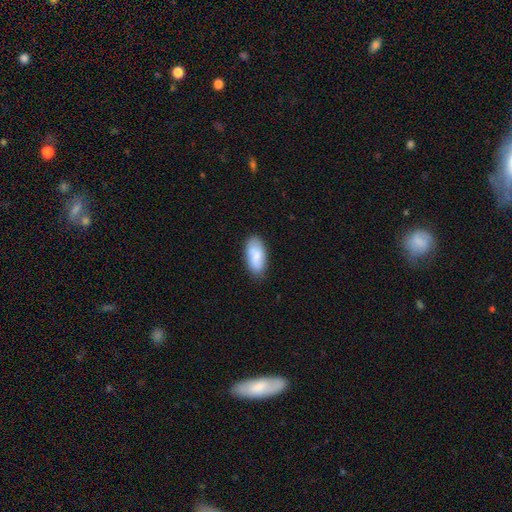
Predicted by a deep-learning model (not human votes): smooth_or_featured: smooth (p=0.79) [alt: featured or disk p=0.15]
how_rounded: in between (p=0.92) [alt: cigar-shaped p=0.06]
merging: none (p=0.78) [alt: minor disturbance p=0.17]